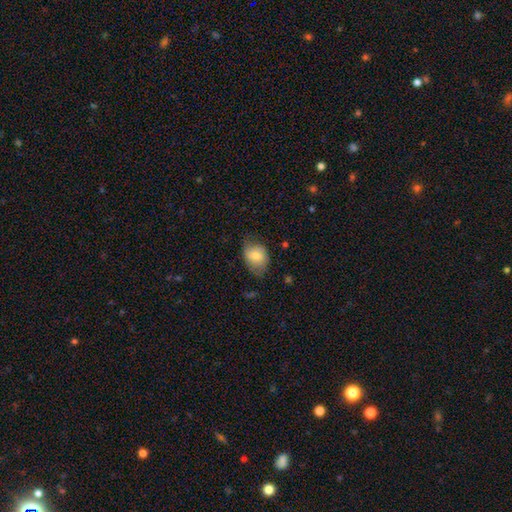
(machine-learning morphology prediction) A smooth galaxy with no disk features (74%) that is in between round and cigar-shaped (69%). Merging: none (54%).